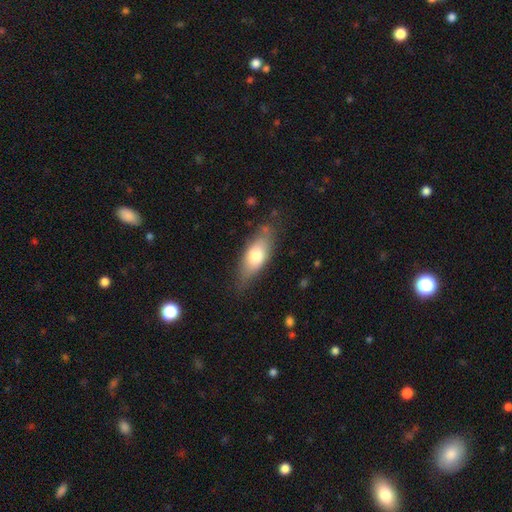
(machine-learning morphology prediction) Overall: smooth (69%). How rounded: in between (74%). Merging: none (72%).